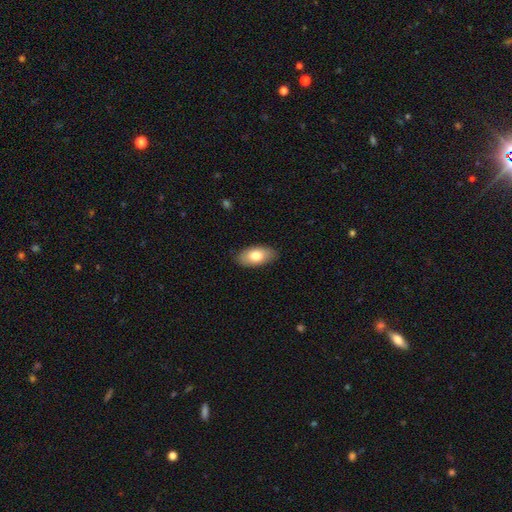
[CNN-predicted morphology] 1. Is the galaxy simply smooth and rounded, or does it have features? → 78% smooth, 15% featured or disk, 6% star or artifact.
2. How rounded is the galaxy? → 93% in between, 4% cigar-shaped, 3% round.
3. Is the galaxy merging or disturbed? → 86% none, 11% minor disturbance, 2% major disturbance, 1% merger.